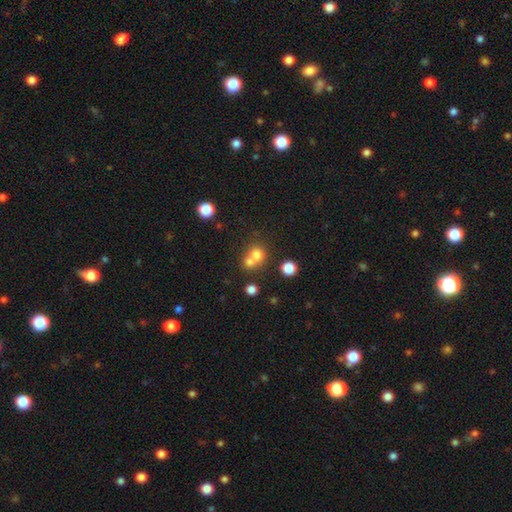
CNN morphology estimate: This is likely a smooth galaxy (73%). How rounded: clearly round (84%). Merging: possibly merger (52%).